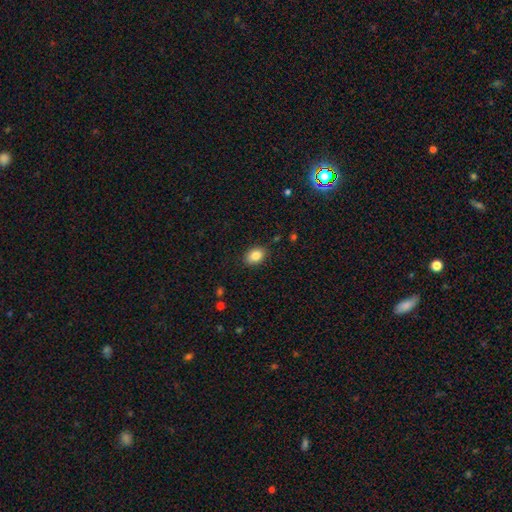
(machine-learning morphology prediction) Overall: smooth (85%). How rounded: in between (75%). Merging: none (87%).